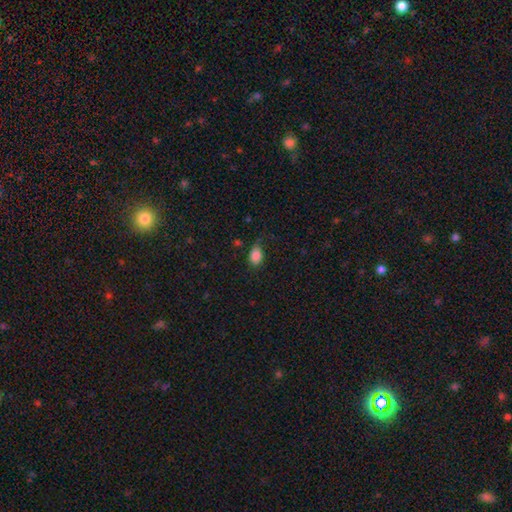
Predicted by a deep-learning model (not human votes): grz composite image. It shows a smooth galaxy with no disk features (86%) that is in between round and cigar-shaped (83%). Merging: none (59%).